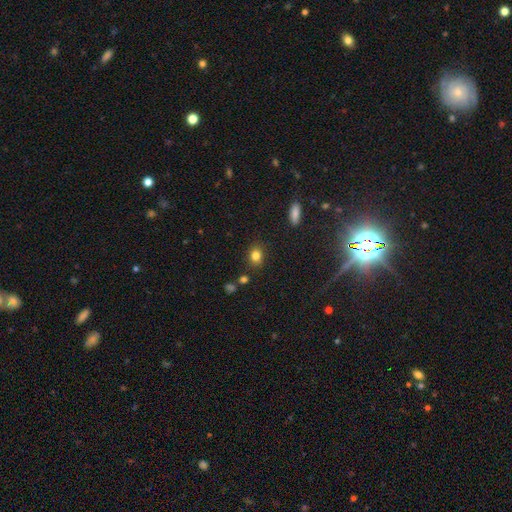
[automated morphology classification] This appears to be a smooth galaxy with no disk features (82%) that is round (55%). Merging: none (84%).